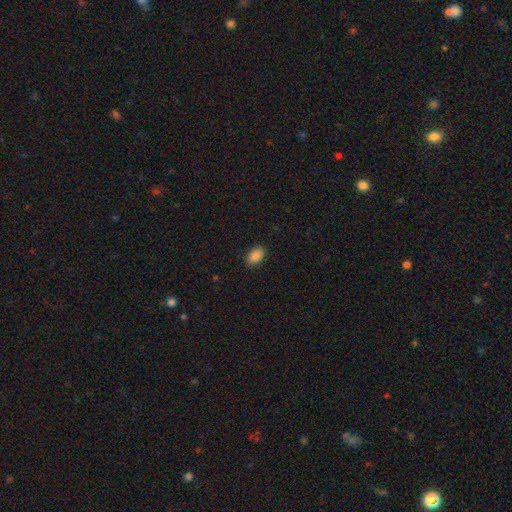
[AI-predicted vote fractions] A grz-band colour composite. It shows a smooth galaxy with no disk features (88%) that is in between round and cigar-shaped (89%). Merging: none (88%).